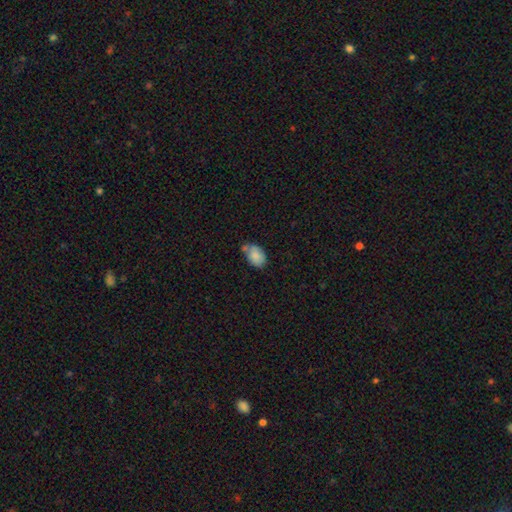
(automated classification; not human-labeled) Smooth or featured?
  - smooth: 84% *
  - featured or disk: 8%
  - star or artifact: 8%
How rounded?
  - in between: 85% *
  - round: 14%
  - cigar-shaped: 1%
Merging?
  - none: 48% *
  - minor disturbance: 27%
  - merger: 19%
  - major disturbance: 6%